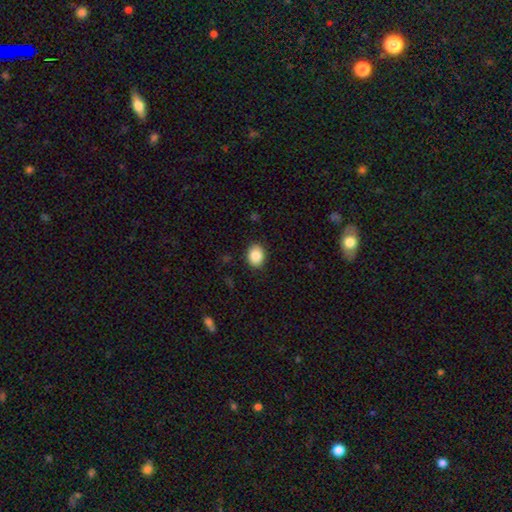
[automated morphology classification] This appears to be a smooth galaxy with no disk features (86%) that is in between round and cigar-shaped (52%). Merging: none (89%).